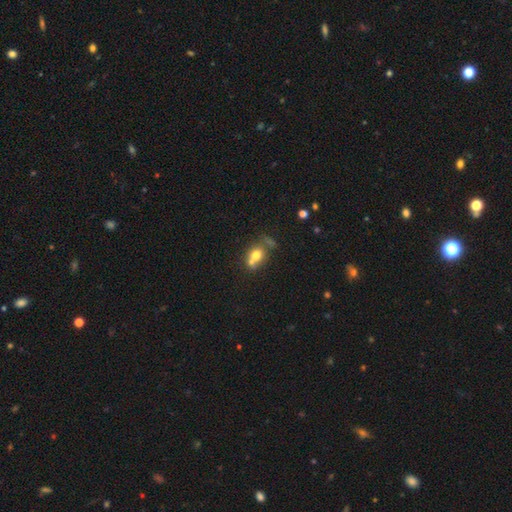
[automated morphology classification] This is likely a smooth galaxy (69%). How rounded: possibly round (58%). Merging: possibly merger (47%).